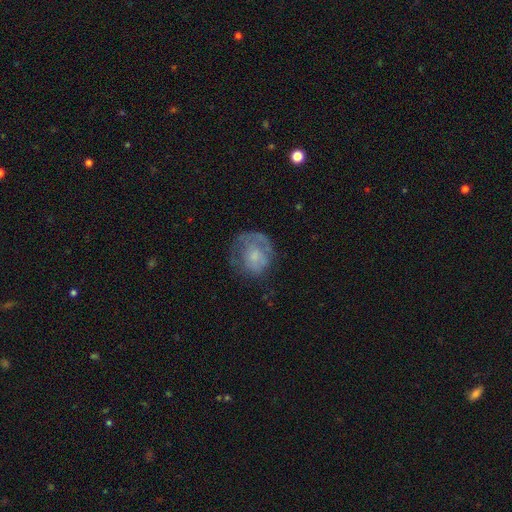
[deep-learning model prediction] Smooth or featured?
  - featured or disk: 49% *
  - smooth: 42%
  - star or artifact: 9%
Merging?
  - none: 49% *
  - minor disturbance: 24%
  - major disturbance: 24%
  - merger: 2%